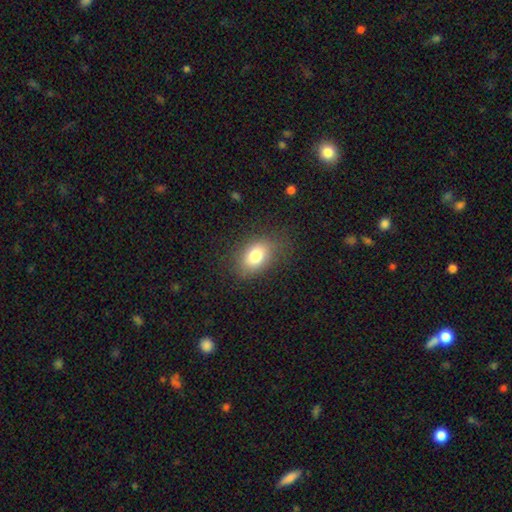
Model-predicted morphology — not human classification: Smooth or featured?
  - smooth: 79% *
  - featured or disk: 12%
  - star or artifact: 9%
How rounded?
  - in between: 83% *
  - round: 15%
  - cigar-shaped: 2%
Merging?
  - none: 76% *
  - minor disturbance: 16%
  - major disturbance: 7%
  - merger: 1%